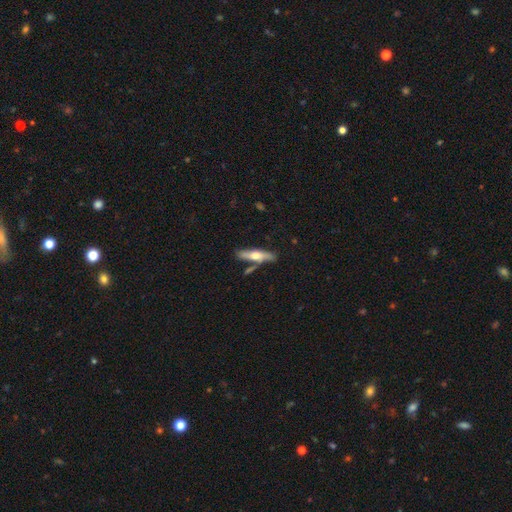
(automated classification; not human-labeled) Overall: featured or disk (49%; smooth 45%). Merging: none (72%).